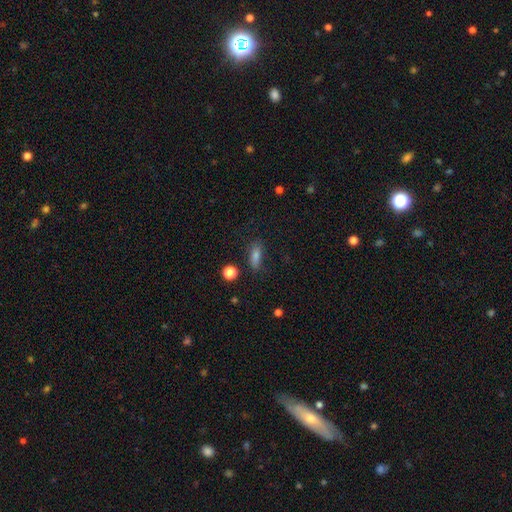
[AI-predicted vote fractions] smooth-or-featured: smooth: 73% | star or artifact: 14% | featured or disk: 13%
  how-rounded: in between: 55% | cigar-shaped: 39% | round: 6%
  merging: none: 73% | minor disturbance: 18% | major disturbance: 6% | merger: 3%